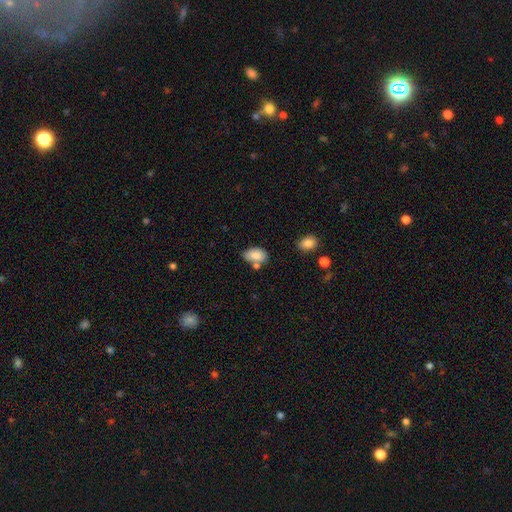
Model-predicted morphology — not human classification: The model was most divided on "merging": none: 53%, minor disturbance: 22%, merger: 19%, major disturbance: 6%. More confident: how rounded — in between (90%); smooth or featured — smooth (82%).